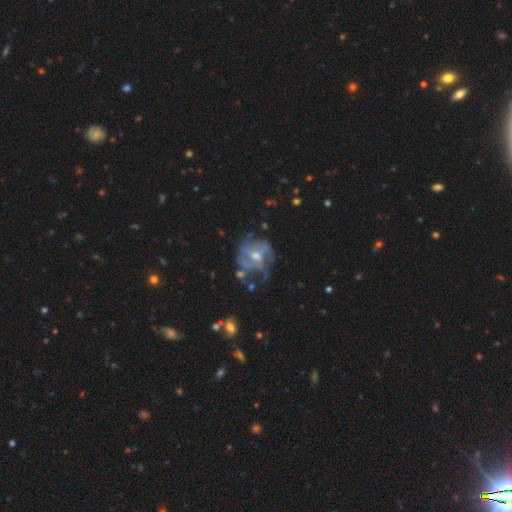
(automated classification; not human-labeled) The model was most divided on "spiral winding": medium: 40%, tight: 35%, loose: 25%. Remaining: edge-on disk — no (97%); smooth or featured — featured or disk (76%); spiral arms — yes (70%); bulge size — moderate (61%); merging — none (50%); bar — no (48%); spiral arm count — can't tell (45%).